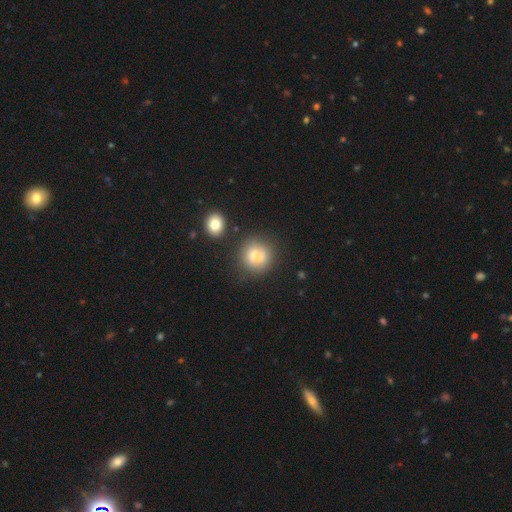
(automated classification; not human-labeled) Overall: smooth (76%). How rounded: round (89%). Merging: none (76%).